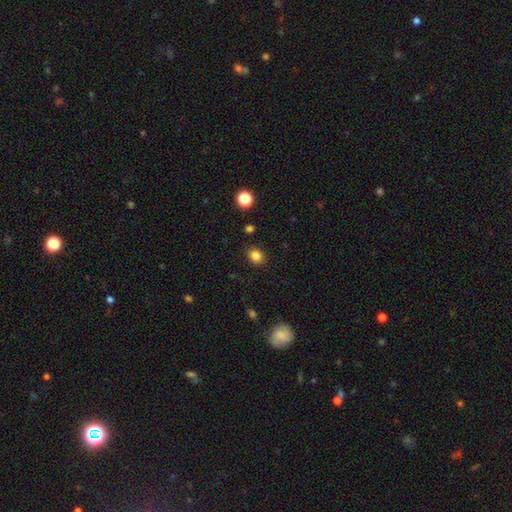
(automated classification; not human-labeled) Morphology: type=smooth (84%); roundness=round (64%); merging=none (88%).